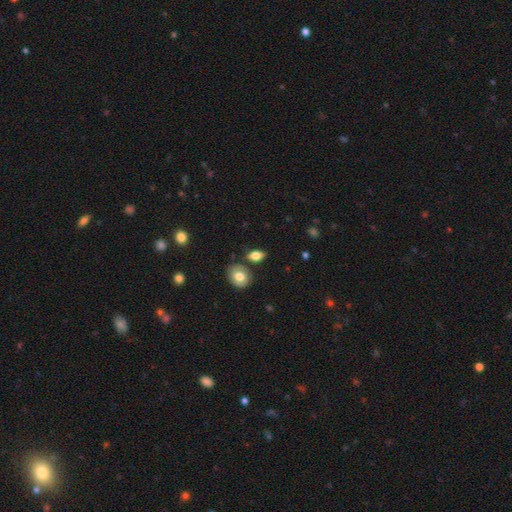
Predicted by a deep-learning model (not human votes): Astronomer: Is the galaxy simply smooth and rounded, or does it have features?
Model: smooth — 75%.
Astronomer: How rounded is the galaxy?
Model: in between — 82%.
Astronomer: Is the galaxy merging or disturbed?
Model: none — 70%.